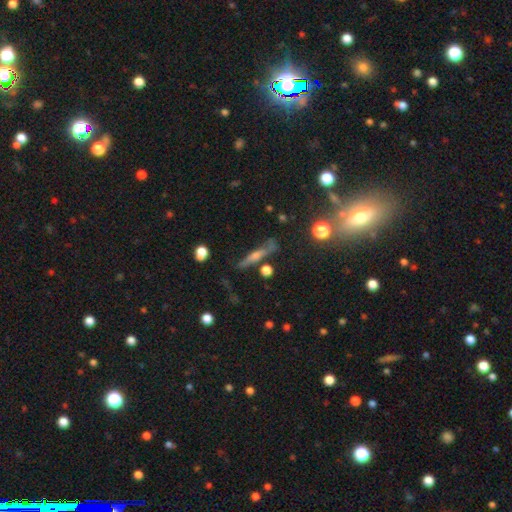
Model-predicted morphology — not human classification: type=featured or disk (55%); edge-on=yes (89%); merging=none (73%).